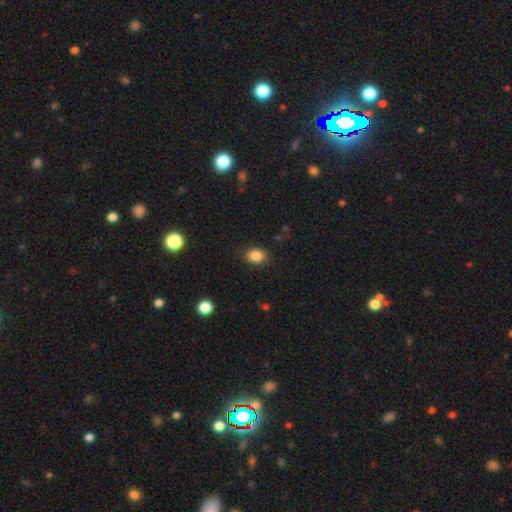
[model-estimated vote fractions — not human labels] Morphology: type=smooth (86%); roundness=in between (67%); merging=none (85%).